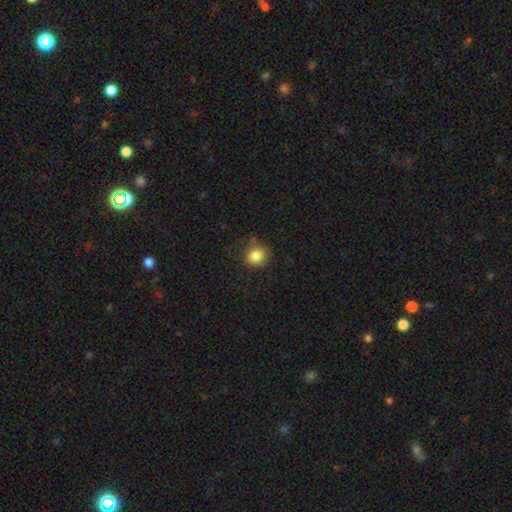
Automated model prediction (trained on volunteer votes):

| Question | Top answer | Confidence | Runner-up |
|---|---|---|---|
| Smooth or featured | smooth | 83% | star or artifact (11%) |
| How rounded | round | 87% | in between (12%) |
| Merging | none | 72% | minor disturbance (20%) |